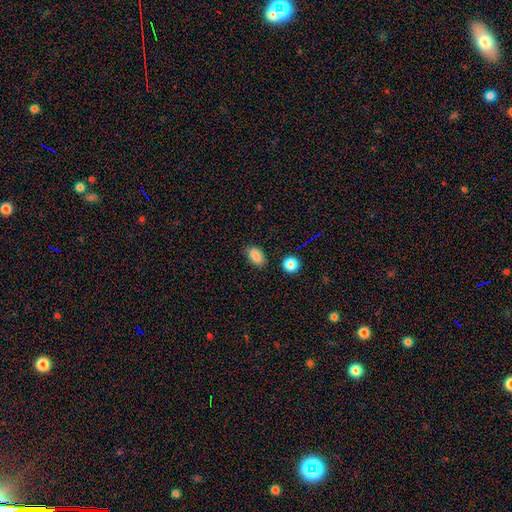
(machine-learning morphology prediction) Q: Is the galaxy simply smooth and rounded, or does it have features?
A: smooth — 86%.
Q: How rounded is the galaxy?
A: in between — 87%.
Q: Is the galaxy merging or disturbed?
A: none — 82%.